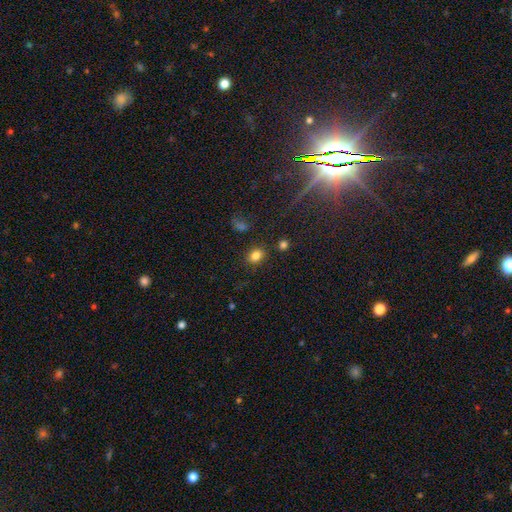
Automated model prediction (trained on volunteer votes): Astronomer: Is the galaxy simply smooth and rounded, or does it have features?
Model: smooth — 82%.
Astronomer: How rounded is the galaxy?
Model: in between — 60% (runner-up: round, 38%).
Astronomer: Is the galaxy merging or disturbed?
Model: none — 82%.